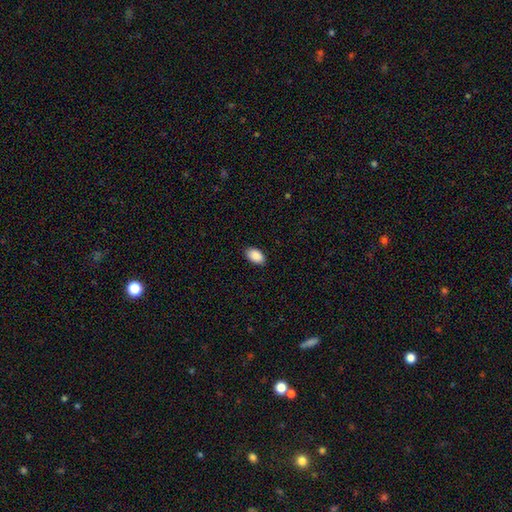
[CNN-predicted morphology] Smooth or featured? smooth (91%)
How rounded? in between (94%)
Merging? none (89%)